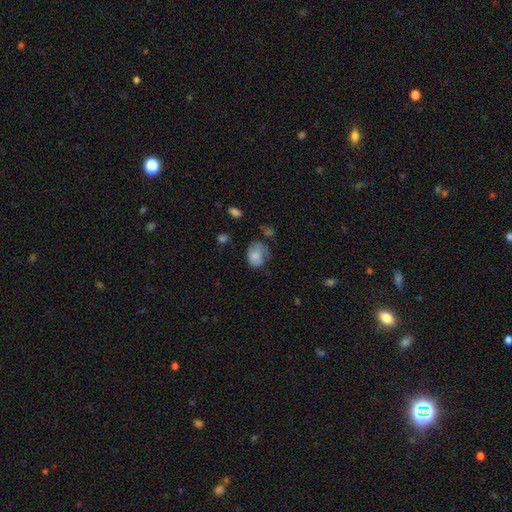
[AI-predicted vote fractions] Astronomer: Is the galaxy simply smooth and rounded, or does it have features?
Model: smooth — 72%.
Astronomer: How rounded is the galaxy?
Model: in between — 66%.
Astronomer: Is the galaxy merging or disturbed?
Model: none — 36% (runner-up: minor disturbance, 34%).